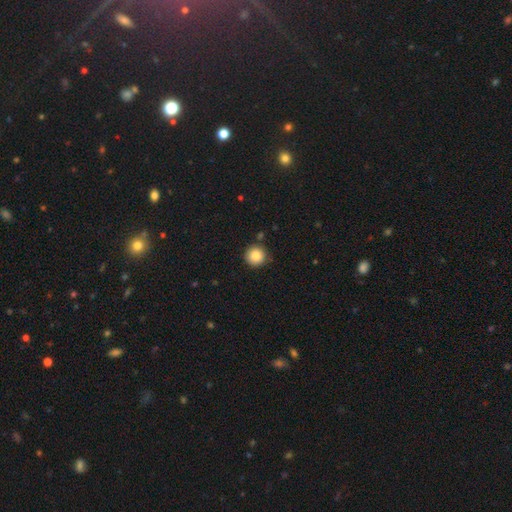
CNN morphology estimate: smooth 86%, star or artifact 9%, featured or disk 5%. Down the decision tree: how rounded — round (95%); merging — none (88%).